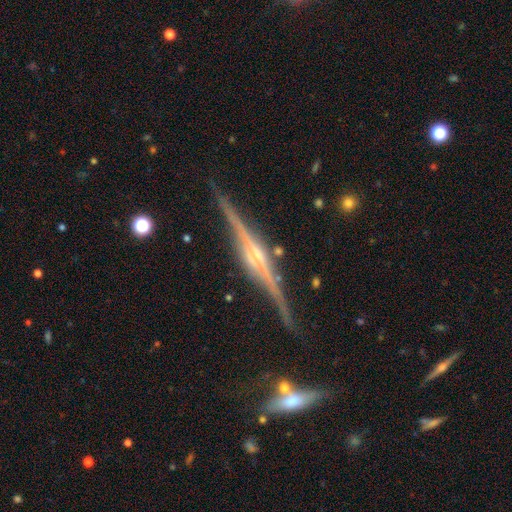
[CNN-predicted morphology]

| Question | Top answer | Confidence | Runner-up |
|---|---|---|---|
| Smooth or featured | featured or disk | 89% | star or artifact (6%) |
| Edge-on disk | yes | 98% | no (2%) |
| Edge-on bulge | rounded | 67% | boxy (25%) |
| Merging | none | 87% | minor disturbance (9%) |